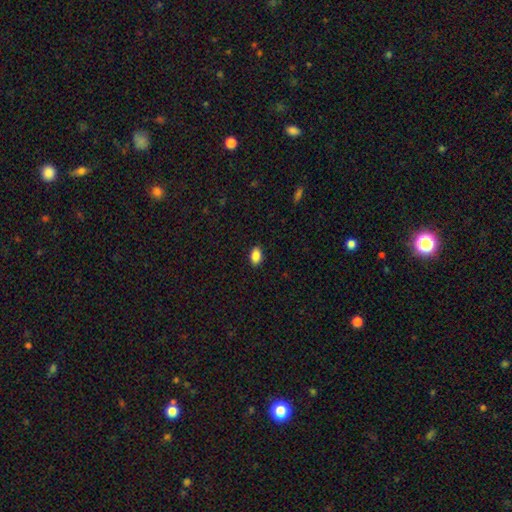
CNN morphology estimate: smooth 88%, star or artifact 8%, featured or disk 4%. Down the decision tree: how rounded — in between (89%); merging — none (90%).